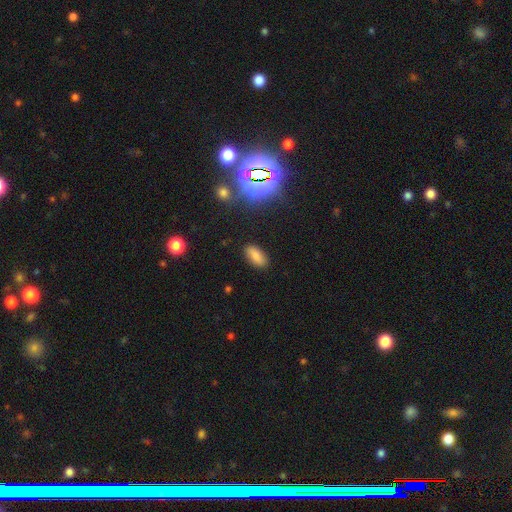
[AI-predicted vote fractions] smooth-or-featured: smooth: 81% | star or artifact: 12% | featured or disk: 7%
  how-rounded: in between: 90% | cigar-shaped: 7% | round: 3%
  merging: none: 86% | minor disturbance: 10% | major disturbance: 2% | merger: 2%